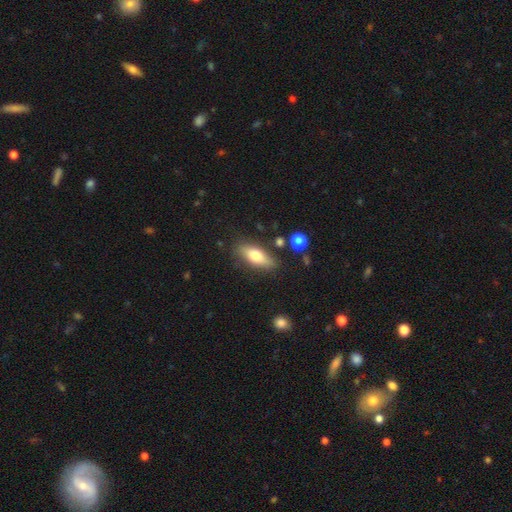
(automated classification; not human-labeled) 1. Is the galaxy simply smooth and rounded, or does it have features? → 67% smooth, 26% featured or disk, 7% star or artifact.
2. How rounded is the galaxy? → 68% in between, 28% cigar-shaped, 3% round.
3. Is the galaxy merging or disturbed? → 82% none, 13% minor disturbance, 3% major disturbance, 3% merger.